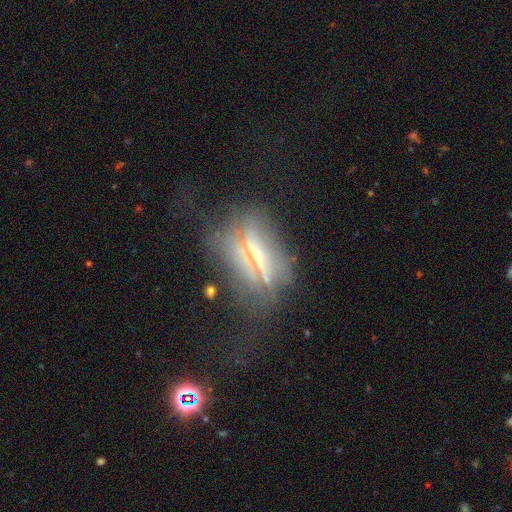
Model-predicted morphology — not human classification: smooth-or-featured: featured or disk: 59% | smooth: 26% | star or artifact: 15%
  disk-edge-on: yes: 68% | no: 32%
  merging: none: 45% | major disturbance: 29% | minor disturbance: 22% | merger: 4%